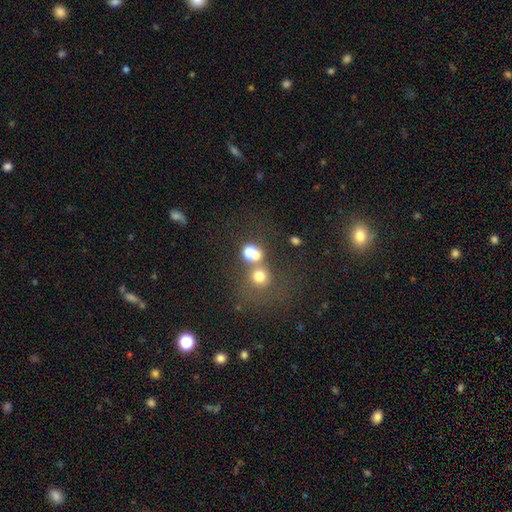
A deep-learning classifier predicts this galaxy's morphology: A smooth galaxy with no disk features (64%) that is round (81%).

Vote fractions:
- Smooth or featured? smooth: 64% / star or artifact: 23% / featured or disk: 13%
- How rounded? round: 81% / in between: 18% / cigar-shaped: 1%
- Merging? none: 47% / merger: 39% / minor disturbance: 8% / major disturbance: 6%